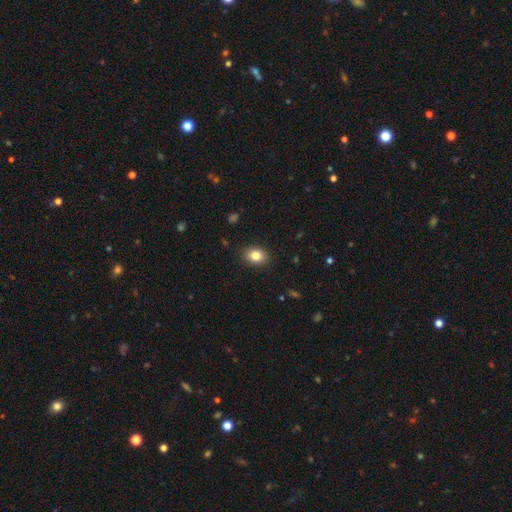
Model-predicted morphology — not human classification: This is clearly a smooth galaxy (83%). How rounded: likely in between (70%). Merging: clearly none (89%).